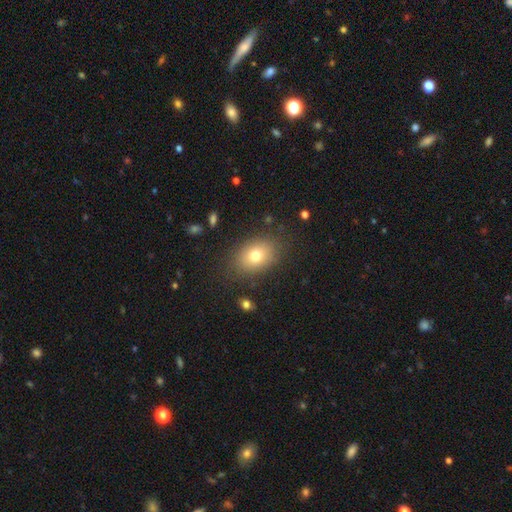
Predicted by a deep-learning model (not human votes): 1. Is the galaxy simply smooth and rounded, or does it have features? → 76% smooth, 13% featured or disk, 11% star or artifact.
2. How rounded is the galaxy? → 74% in between, 25% round, 1% cigar-shaped.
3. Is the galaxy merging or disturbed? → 82% none, 11% minor disturbance, 5% major disturbance, 2% merger.